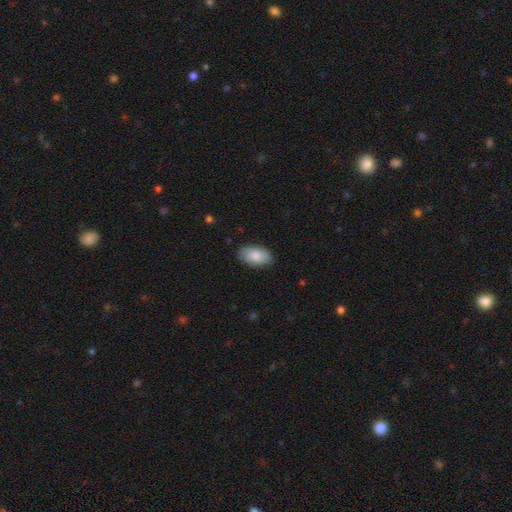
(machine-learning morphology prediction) A smooth galaxy with no disk features (85%) that is in between round and cigar-shaped (94%).

Vote fractions:
- Smooth or featured? smooth: 85% / featured or disk: 9% / star or artifact: 6%
- How rounded? in between: 94% / round: 4% / cigar-shaped: 2%
- Merging? none: 86% / minor disturbance: 11% / major disturbance: 2% / merger: 1%